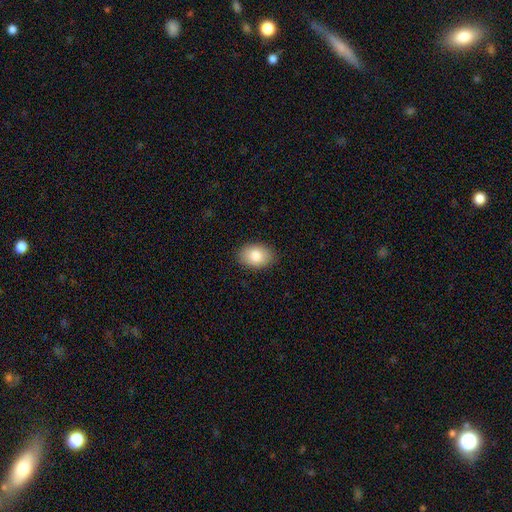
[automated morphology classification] Smooth or featured? smooth (85%)
How rounded? in between (85%)
Merging? none (88%)